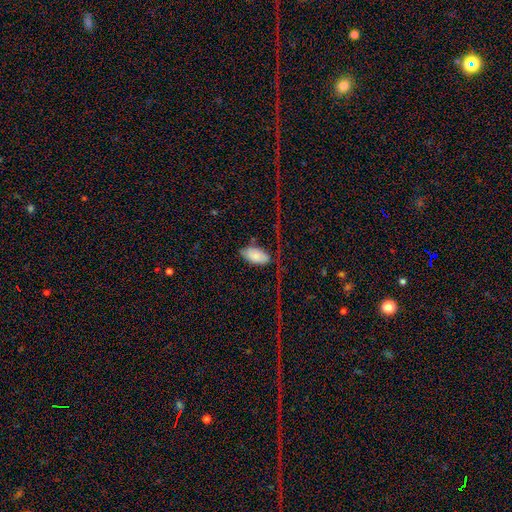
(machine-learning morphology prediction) The model was most divided on "merging": none: 47%, major disturbance: 25%, minor disturbance: 22%, merger: 6%. More confident: how rounded — in between (95%); smooth or featured — smooth (76%).